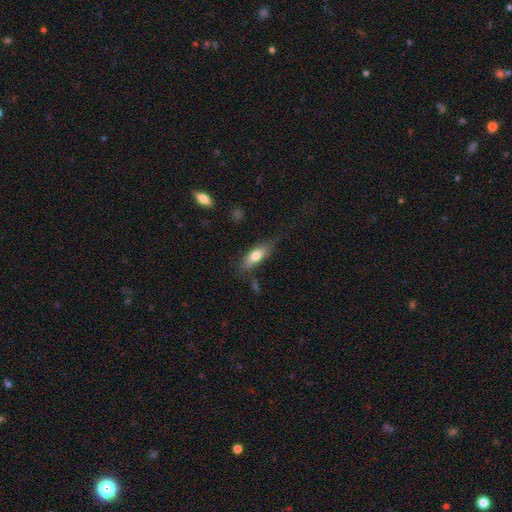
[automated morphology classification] Smooth or featured: smooth — 70% (featured or disk — 23%)
How rounded: in between — 66% (cigar-shaped — 31%)
Merging: none — 62% (minor disturbance — 26%)